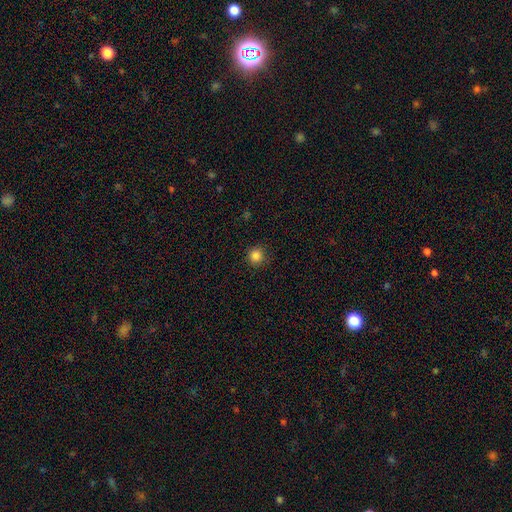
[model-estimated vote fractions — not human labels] Morphology: type=smooth (85%); roundness=round (95%); merging=none (90%).